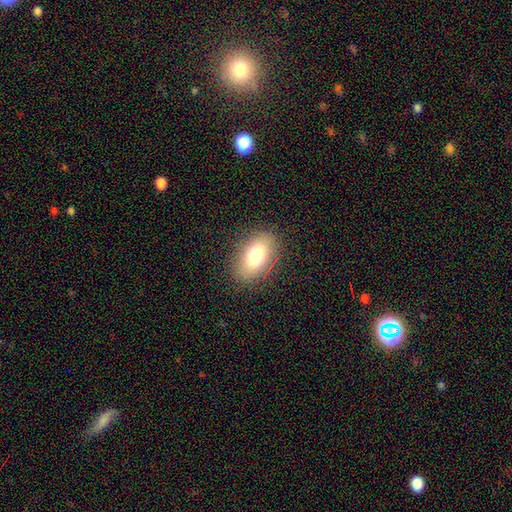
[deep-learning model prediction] smooth-or-featured: smooth: 77% | featured or disk: 15% | star or artifact: 9%
  how-rounded: in between: 90% | round: 8% | cigar-shaped: 2%
  merging: none: 86% | minor disturbance: 10% | major disturbance: 3% | merger: 1%